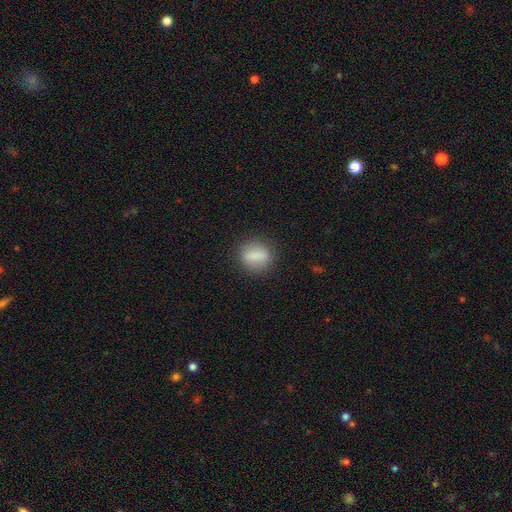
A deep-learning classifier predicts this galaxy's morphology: Q: Smooth or featured?
A: smooth (78%); runner-up: featured or disk (13%)
Q: How rounded?
A: round (50%); runner-up: in between (43%)
Q: Merging?
A: none (84%); runner-up: minor disturbance (11%)